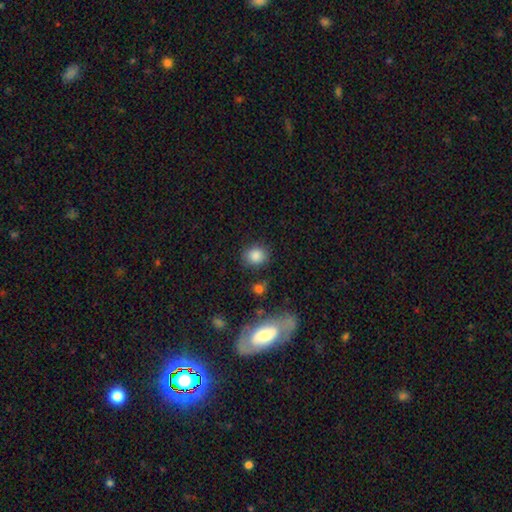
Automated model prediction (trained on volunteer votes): Smooth or featured? Predicted: smooth (p=0.84). How rounded? Predicted: round (p=0.69). Merging? Predicted: none (p=0.82).